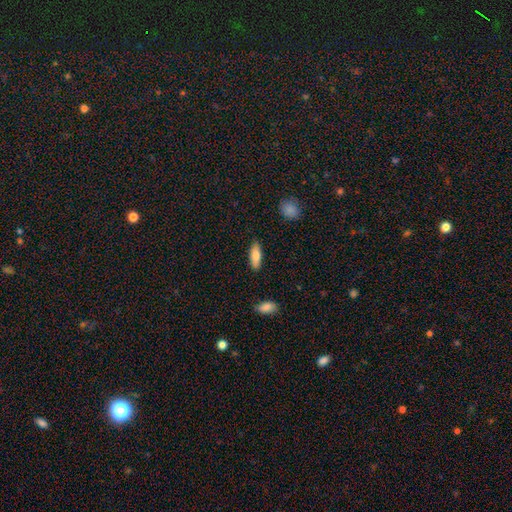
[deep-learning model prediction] A smooth galaxy with no disk features (79%) that is in between round and cigar-shaped (64%). Merging: none (87%).